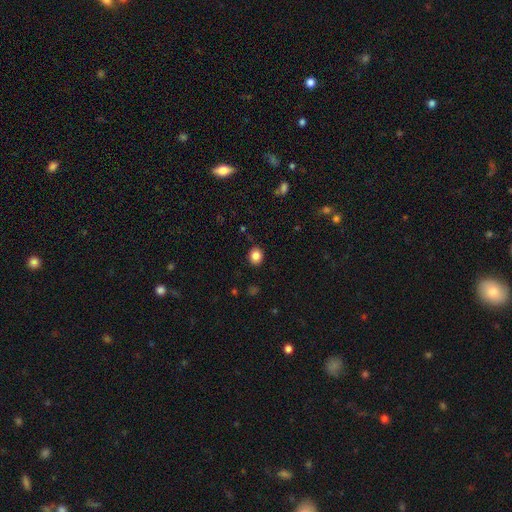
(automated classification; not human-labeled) Q: Smooth or featured?
A: smooth (86%); runner-up: star or artifact (10%)
Q: How rounded?
A: round (72%); runner-up: in between (27%)
Q: Merging?
A: none (90%); runner-up: minor disturbance (7%)